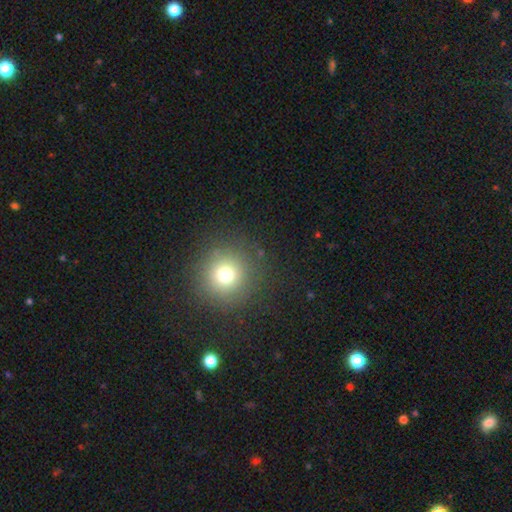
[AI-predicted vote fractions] This is likely a smooth galaxy (64%). How rounded: clearly round (95%). Merging: clearly none (91%).